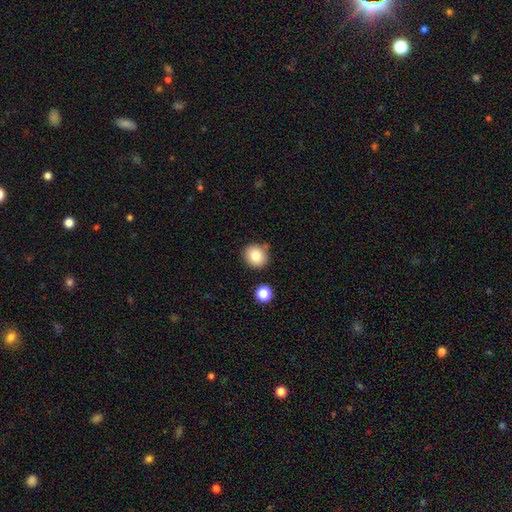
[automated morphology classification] Smooth or featured? Predicted: smooth (p=0.83). How rounded? Predicted: round (p=0.84). Merging? Predicted: none (p=0.82).